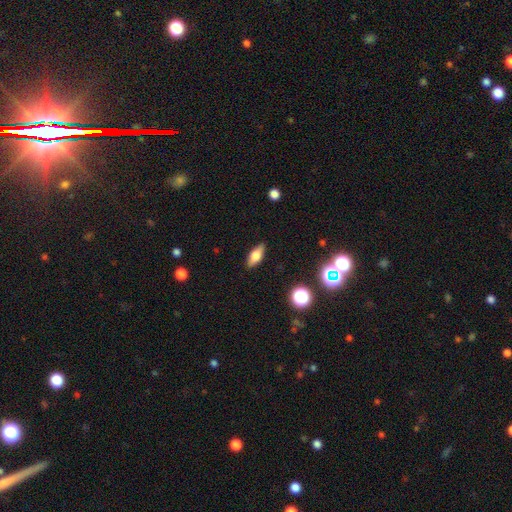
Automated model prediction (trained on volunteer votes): Smooth or featured?
  - smooth: 59% *
  - featured or disk: 32%
  - star or artifact: 9%
How rounded?
  - in between: 71% *
  - cigar-shaped: 24%
  - round: 5%
Merging?
  - none: 87% *
  - minor disturbance: 10%
  - major disturbance: 2%
  - merger: 1%